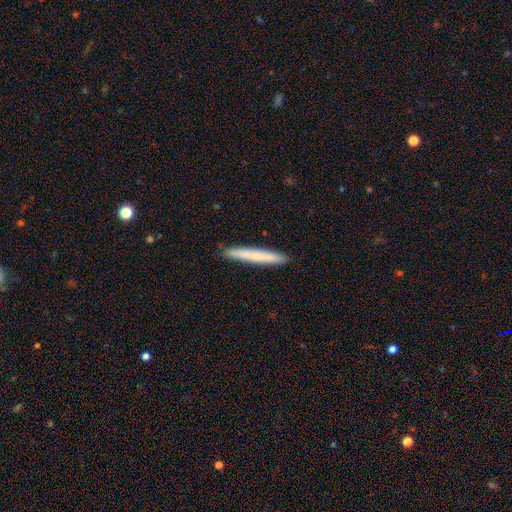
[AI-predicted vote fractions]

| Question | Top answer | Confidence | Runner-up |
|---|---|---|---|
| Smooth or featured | smooth | 69% | featured or disk (26%) |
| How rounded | cigar-shaped | 96% | in between (2%) |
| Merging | none | 91% | minor disturbance (6%) |